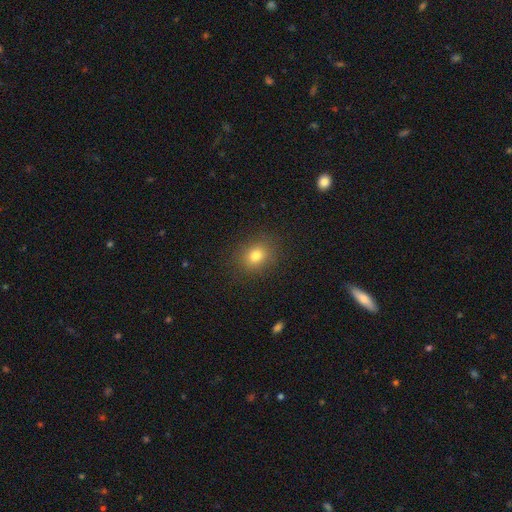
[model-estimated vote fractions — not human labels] The model was most divided on "how rounded": round: 58%, in between: 41%, cigar-shaped: 1%. More confident: merging — none (88%); smooth or featured — smooth (79%).